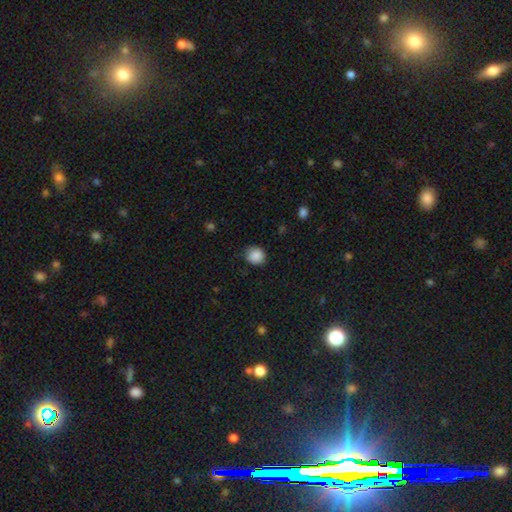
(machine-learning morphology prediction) Smooth or featured? smooth (88%)
How rounded? round (82%)
Merging? none (78%)